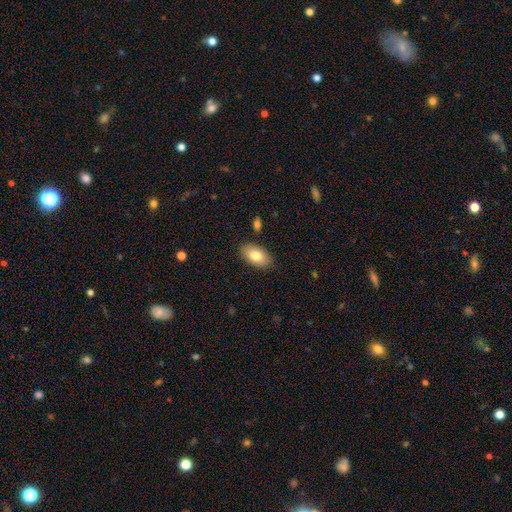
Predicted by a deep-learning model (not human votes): Overall: smooth (79%). How rounded: in between (94%). Merging: none (86%).